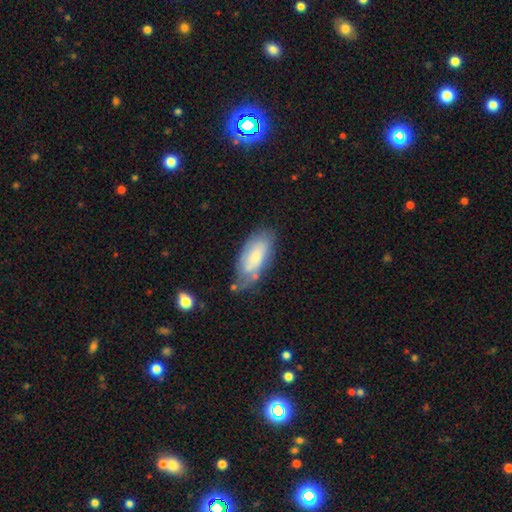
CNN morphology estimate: The model was most divided on "merging": none: 52%, minor disturbance: 30%, major disturbance: 12%, merger: 6%. More confident: how rounded — in between (88%); smooth or featured — smooth (65%).